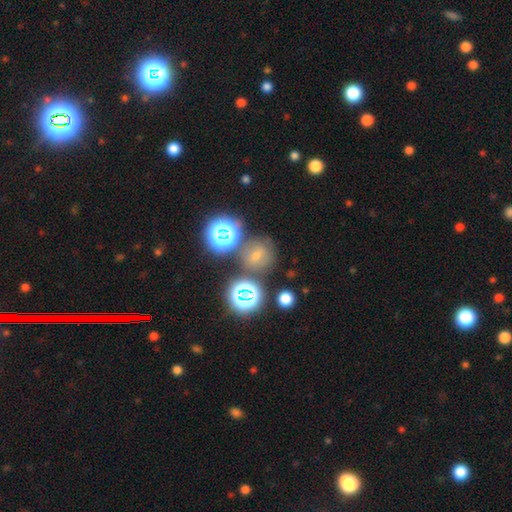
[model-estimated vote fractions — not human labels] A smooth galaxy with no disk features (49%). Merging: none (67%).